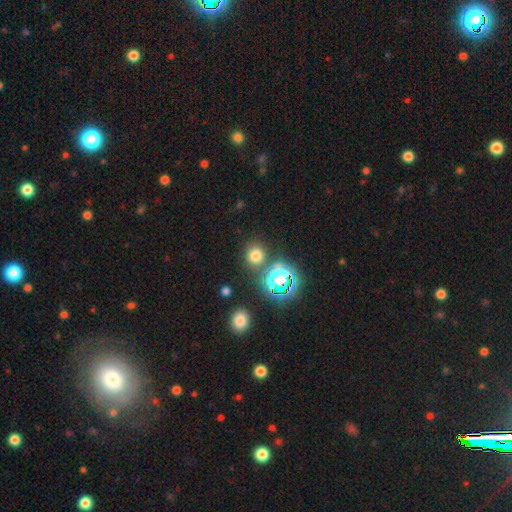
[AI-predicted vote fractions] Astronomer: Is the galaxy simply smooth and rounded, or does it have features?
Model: smooth — 66%.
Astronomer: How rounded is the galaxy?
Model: round — 88%.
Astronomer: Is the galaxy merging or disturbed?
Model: none — 82%.